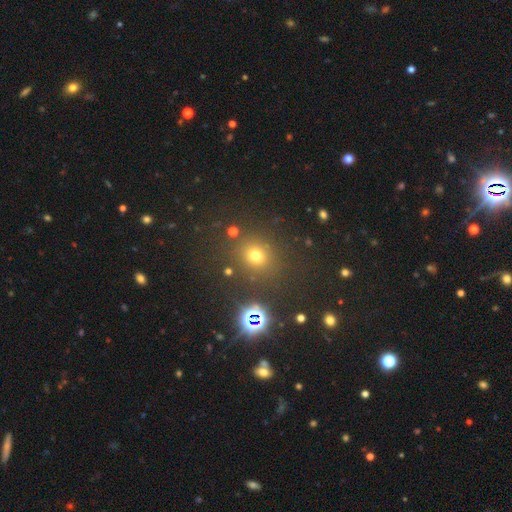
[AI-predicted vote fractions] smooth-or-featured: smooth: 65% | star or artifact: 27% | featured or disk: 7%
  how-rounded: round: 85% | in between: 14% | cigar-shaped: 1%
  merging: none: 83% | minor disturbance: 8% | major disturbance: 5% | merger: 4%